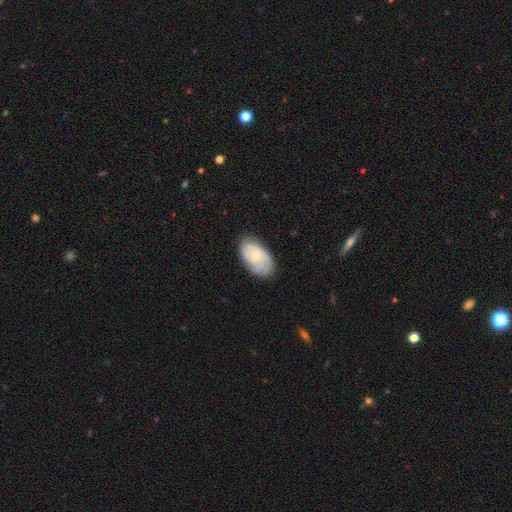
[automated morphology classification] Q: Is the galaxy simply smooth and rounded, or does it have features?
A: featured or disk — 66%.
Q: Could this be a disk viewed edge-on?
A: no — 96%.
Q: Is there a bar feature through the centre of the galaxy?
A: no — 78%.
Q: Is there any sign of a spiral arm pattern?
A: yes — 92%.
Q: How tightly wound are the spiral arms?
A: tight — 63%.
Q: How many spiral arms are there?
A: can't tell — 33%.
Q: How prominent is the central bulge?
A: small — 68%.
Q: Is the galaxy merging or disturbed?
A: none — 76%.